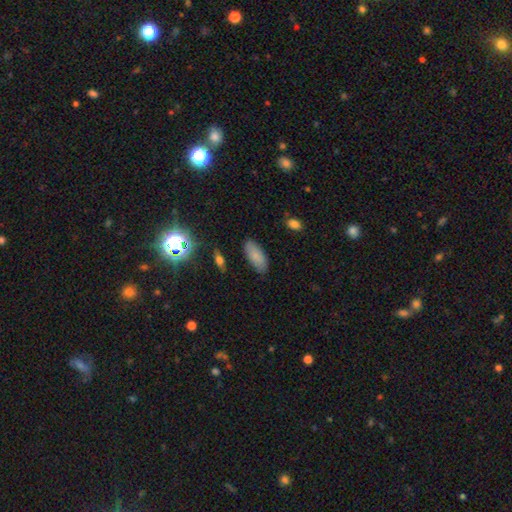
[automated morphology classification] Smooth or featured: smooth — 83% (star or artifact — 10%)
How rounded: in between — 87% (cigar-shaped — 11%)
Merging: none — 84% (minor disturbance — 12%)